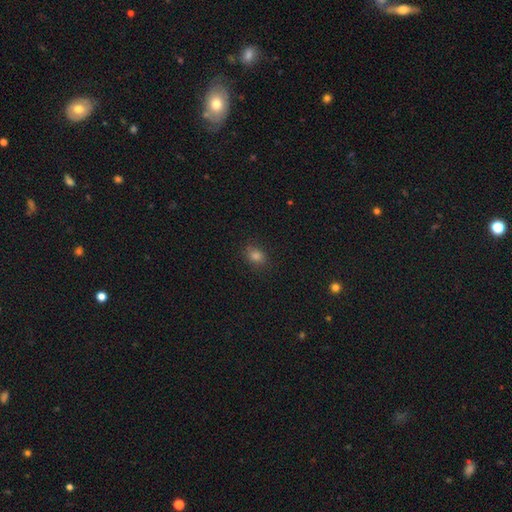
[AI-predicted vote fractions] Q: Smooth or featured?
A: smooth (78%); runner-up: star or artifact (17%)
Q: How rounded?
A: in between (56%); runner-up: round (43%)
Q: Merging?
A: none (85%); runner-up: minor disturbance (11%)